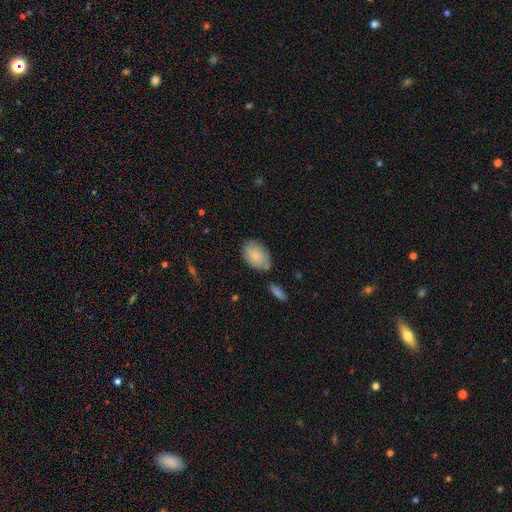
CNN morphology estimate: Smooth or featured? Predicted: smooth (p=0.76). How rounded? Predicted: in between (p=0.83). Merging? Predicted: none (p=0.64).